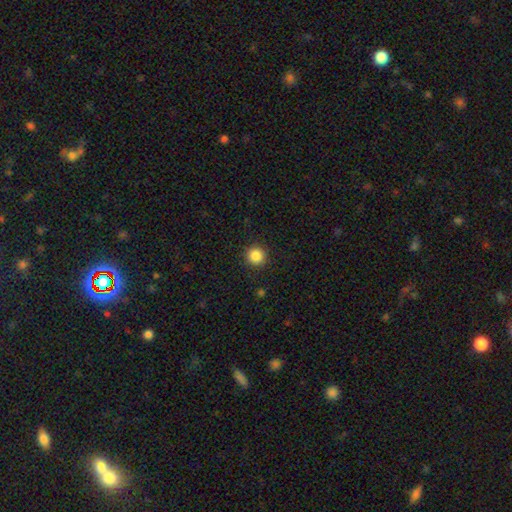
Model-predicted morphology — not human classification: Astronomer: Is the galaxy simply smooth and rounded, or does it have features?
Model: smooth — 86%.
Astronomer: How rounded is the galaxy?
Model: round — 95%.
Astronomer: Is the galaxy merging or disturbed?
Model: none — 92%.